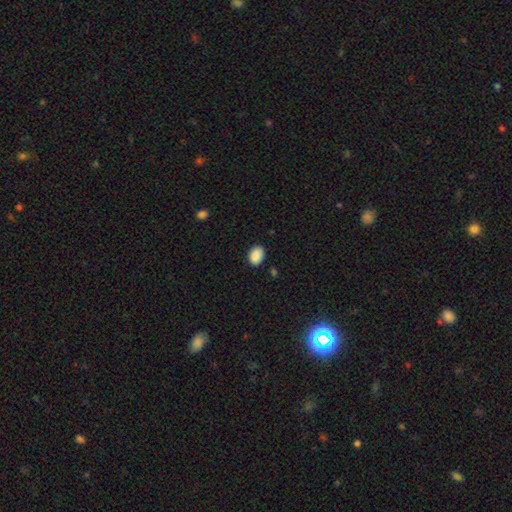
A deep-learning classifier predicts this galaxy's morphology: The model was most divided on "how rounded": in between: 77%, round: 22%, cigar-shaped: 1%. More confident: smooth or featured — smooth (89%); merging — none (83%).